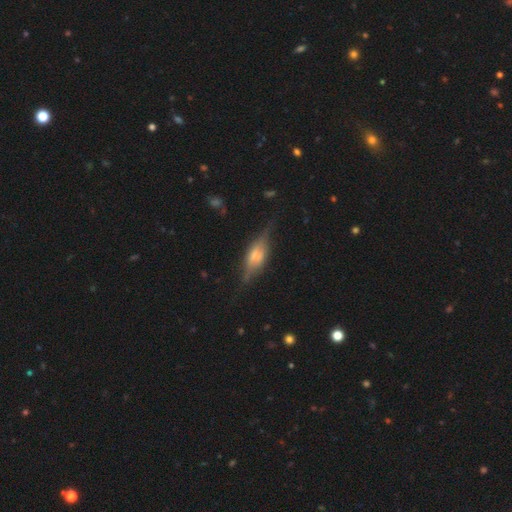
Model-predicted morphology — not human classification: Smooth or featured? featured or disk (68%)
Edge-on disk? yes (92%)
Edge-on bulge? rounded (67%)
Merging? none (73%)